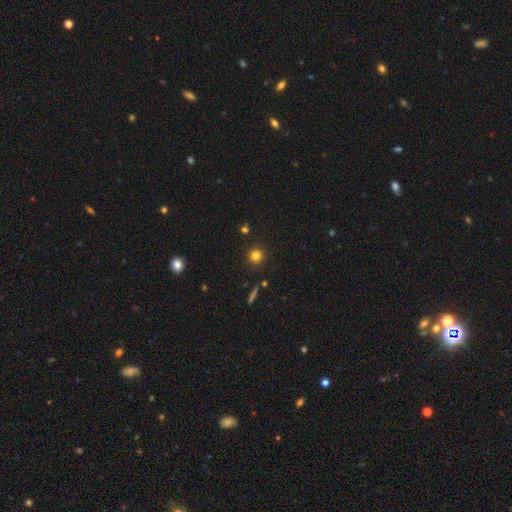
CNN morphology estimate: Smooth or featured: smooth — 80% (star or artifact — 14%)
How rounded: round — 94% (in between — 5%)
Merging: none — 90% (minor disturbance — 6%)